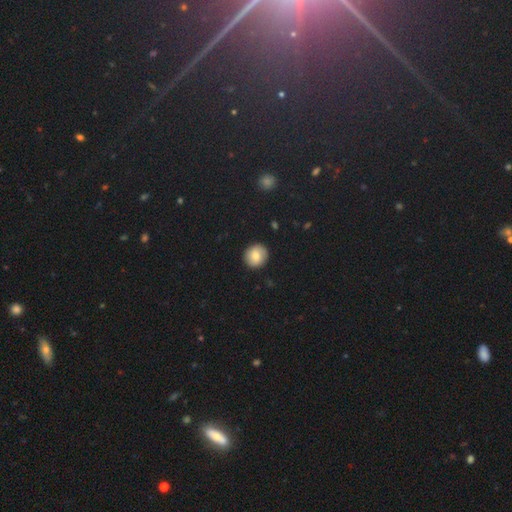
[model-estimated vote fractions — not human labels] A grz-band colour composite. It shows a smooth galaxy with no disk features (76%) that is round (88%). Merging: none (91%).